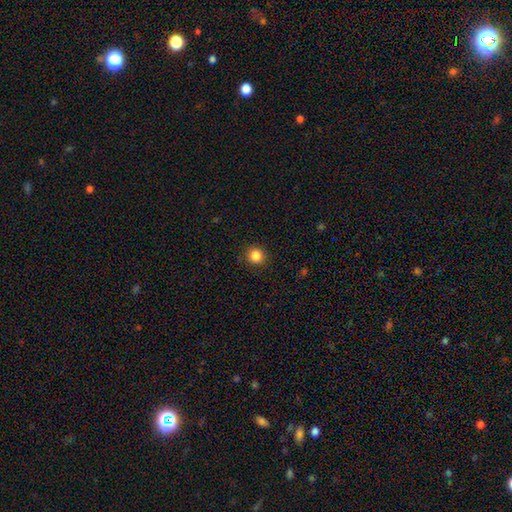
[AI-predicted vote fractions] A smooth galaxy with no disk features (86%) that is round (91%). Merging: none (90%).